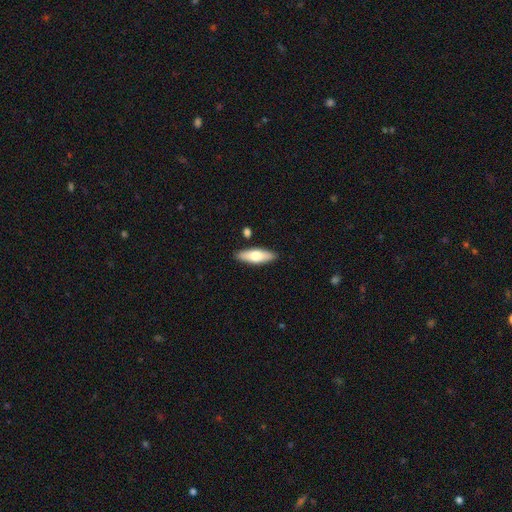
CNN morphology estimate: This is likely a smooth galaxy (65%). How rounded: possibly in between (58%). Merging: clearly none (86%).